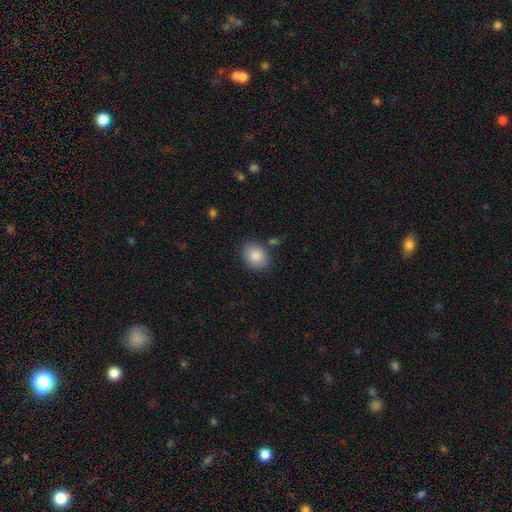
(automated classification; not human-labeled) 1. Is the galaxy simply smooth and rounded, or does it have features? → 87% smooth, 7% star or artifact, 6% featured or disk.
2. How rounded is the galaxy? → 53% in between, 46% round, 1% cigar-shaped.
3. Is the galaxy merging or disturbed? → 82% none, 11% minor disturbance, 4% merger, 3% major disturbance.